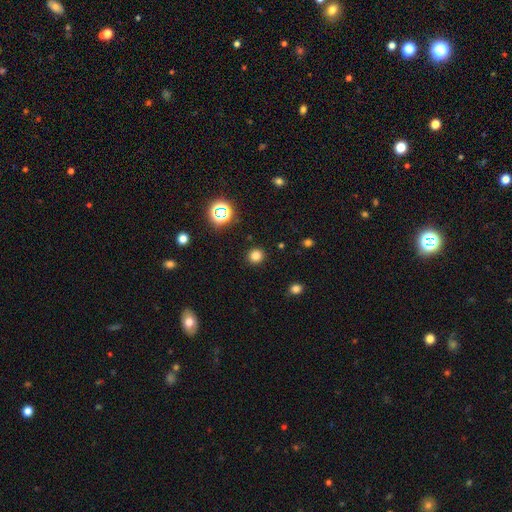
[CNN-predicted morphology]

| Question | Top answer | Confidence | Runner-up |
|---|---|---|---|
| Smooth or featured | smooth | 78% | star or artifact (17%) |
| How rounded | round | 90% | in between (9%) |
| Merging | none | 91% | minor disturbance (5%) |